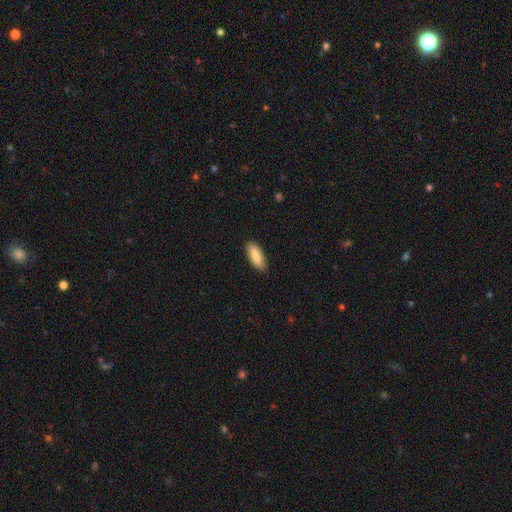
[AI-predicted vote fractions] Overall: smooth (84%). How rounded: in between (74%). Merging: none (88%).